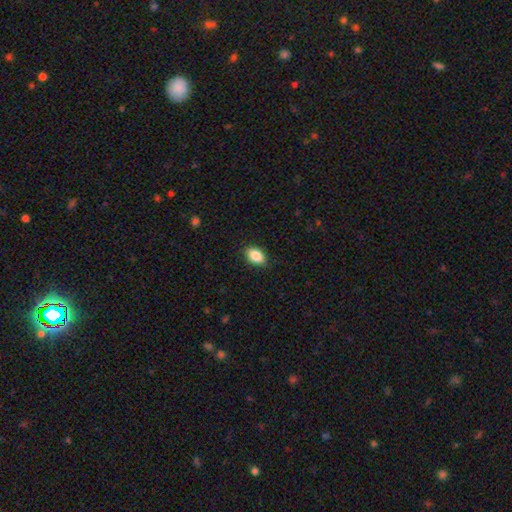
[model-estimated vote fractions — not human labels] Smooth or featured: smooth — 87% (star or artifact — 8%)
How rounded: in between — 88% (round — 10%)
Merging: none — 88% (minor disturbance — 9%)